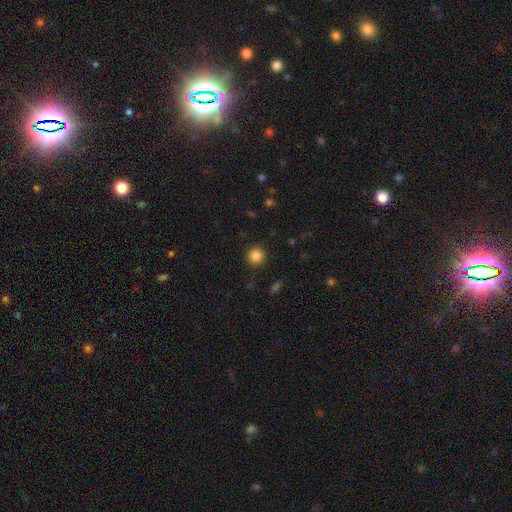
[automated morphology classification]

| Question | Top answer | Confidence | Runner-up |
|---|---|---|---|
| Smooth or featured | smooth | 84% | star or artifact (11%) |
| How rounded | round | 94% | in between (5%) |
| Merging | none | 91% | minor disturbance (6%) |